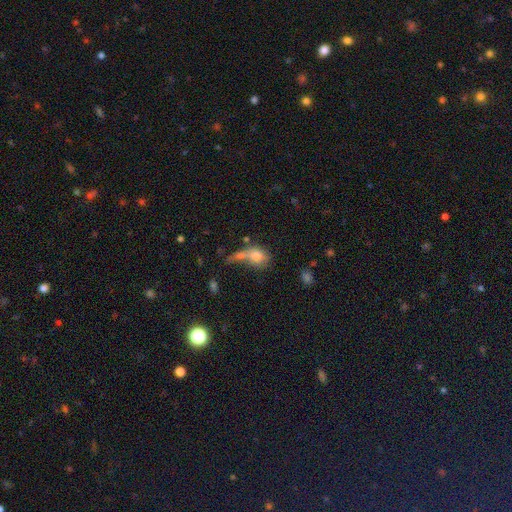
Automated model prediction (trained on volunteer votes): smooth-or-featured: smooth: 73% | featured or disk: 16% | star or artifact: 11%
  how-rounded: in between: 58% | round: 38% | cigar-shaped: 4%
  merging: merger: 41% | none: 29% | major disturbance: 15% | minor disturbance: 14%